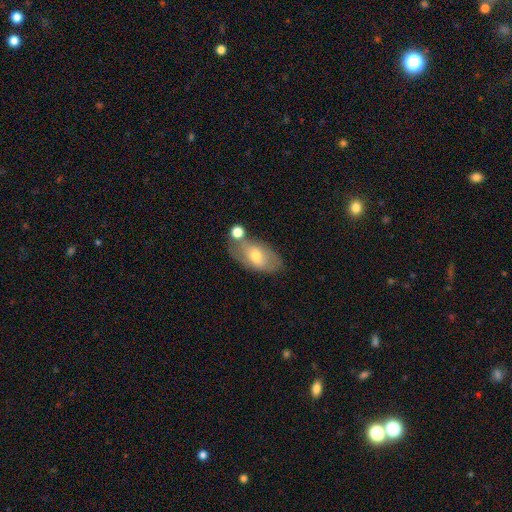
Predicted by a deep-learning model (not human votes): A smooth galaxy with no disk features (54%) that is in between round and cigar-shaped (90%).

Vote fractions:
- Smooth or featured? smooth: 54% / featured or disk: 39% / star or artifact: 8%
- How rounded? in between: 90% / round: 7% / cigar-shaped: 3%
- Merging? none: 55% / minor disturbance: 20% / merger: 19% / major disturbance: 7%